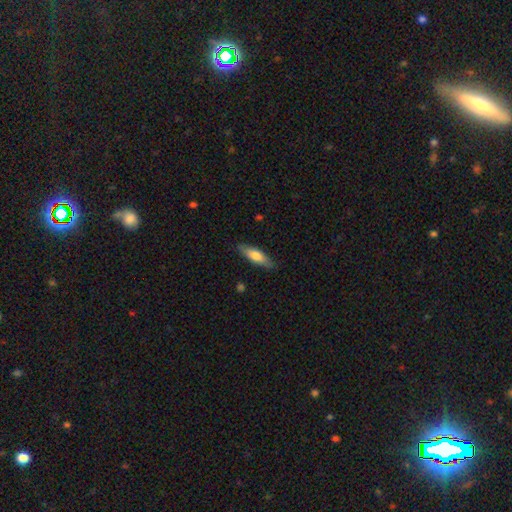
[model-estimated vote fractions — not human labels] smooth_or_featured: smooth (p=0.68) [alt: featured or disk p=0.27]
how_rounded: cigar-shaped (p=0.53) [alt: in between p=0.45]
merging: none (p=0.84) [alt: minor disturbance p=0.13]